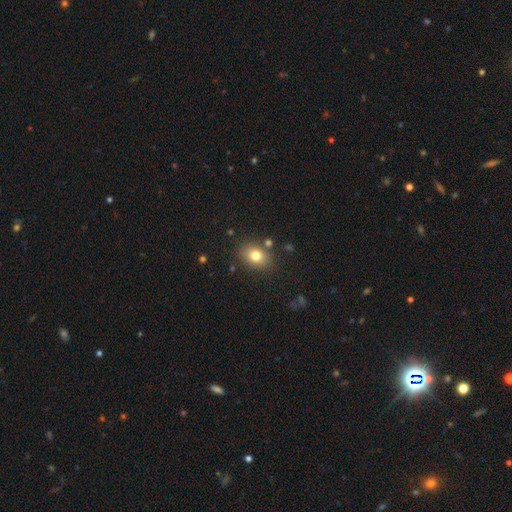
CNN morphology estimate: This is likely a smooth galaxy (79%). How rounded: likely in between (62%). Merging: clearly none (81%).